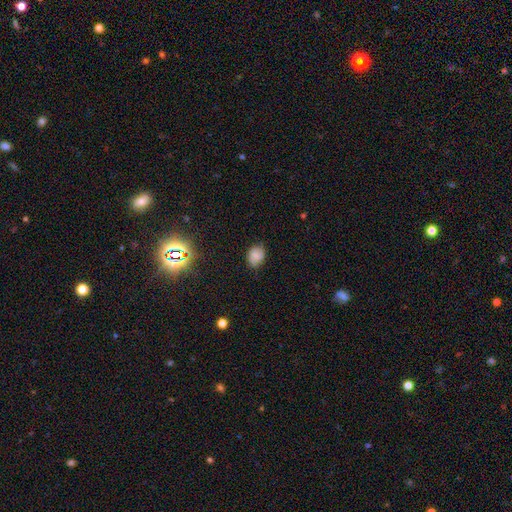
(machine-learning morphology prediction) This appears to be a smooth galaxy with no disk features (75%) that is in between round and cigar-shaped (67%). Merging: none (71%).